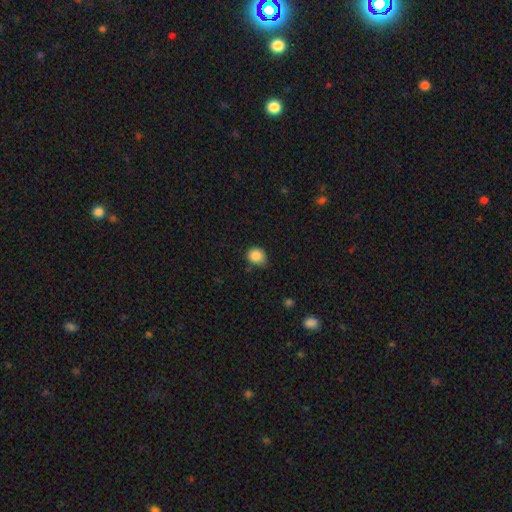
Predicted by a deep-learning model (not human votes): smooth-or-featured: smooth: 86% | star or artifact: 10% | featured or disk: 4%
  how-rounded: round: 74% | in between: 25% | cigar-shaped: 1%
  merging: none: 72% | minor disturbance: 23% | major disturbance: 4% | merger: 2%